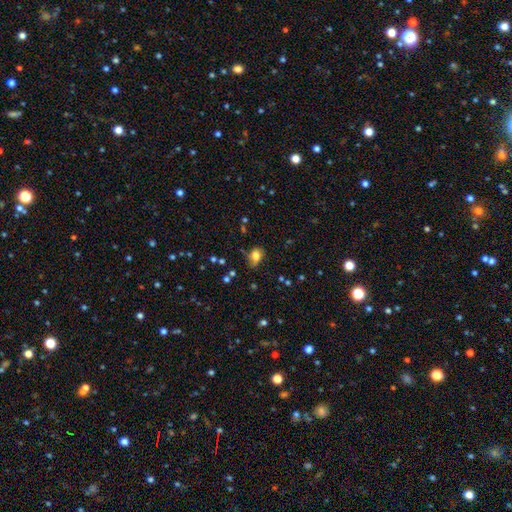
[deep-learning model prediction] This appears to be a smooth galaxy with no disk features (79%) that is in between round and cigar-shaped (66%). Merging: none (59%).